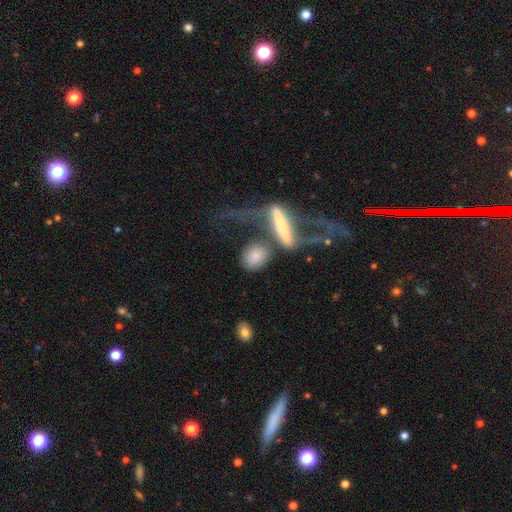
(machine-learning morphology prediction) smooth-or-featured: smooth: 73% | featured or disk: 20% | star or artifact: 8%
  how-rounded: in between: 57% | round: 29% | cigar-shaped: 14%
  merging: none: 40% | merger: 31% | major disturbance: 16% | minor disturbance: 13%